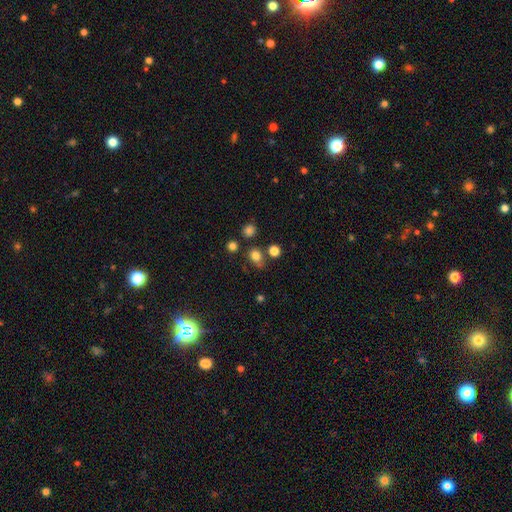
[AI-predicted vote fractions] A smooth galaxy with no disk features (79%) that is round (59%).

Vote fractions:
- Smooth or featured? smooth: 79% / star or artifact: 15% / featured or disk: 7%
- How rounded? round: 59% / in between: 40% / cigar-shaped: 1%
- Merging? none: 67% / minor disturbance: 18% / merger: 9% / major disturbance: 6%